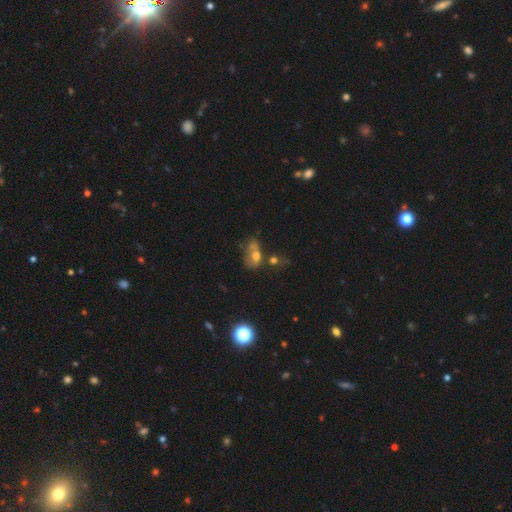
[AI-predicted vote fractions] Morphology: type=smooth (54%); roundness=in between (72%); merging=merger (36%).